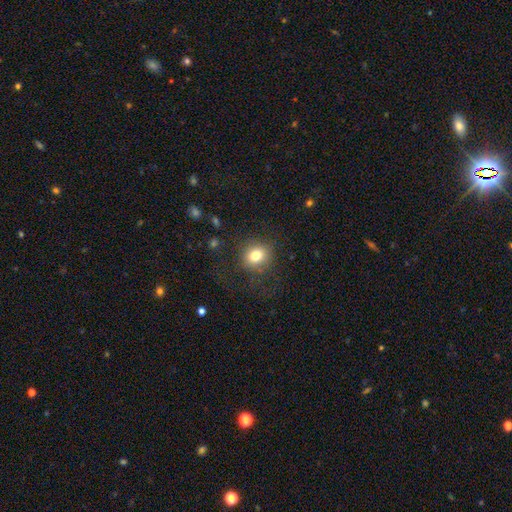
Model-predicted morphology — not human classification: Smooth or featured? smooth (79%)
How rounded? round (77%)
Merging? none (80%)